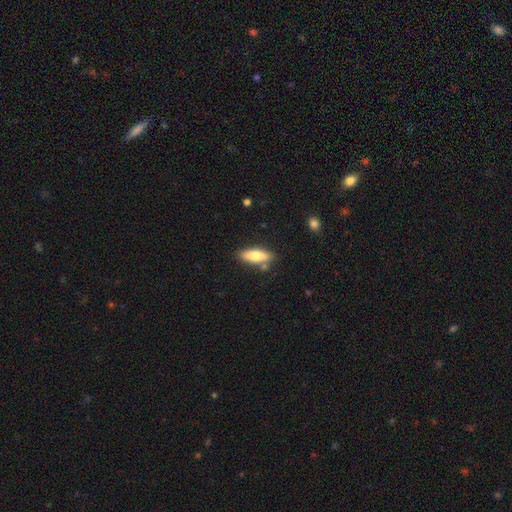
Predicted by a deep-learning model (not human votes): Smooth or featured: smooth — 71% (featured or disk — 23%)
How rounded: in between — 54% (cigar-shaped — 44%)
Merging: none — 79% (minor disturbance — 13%)